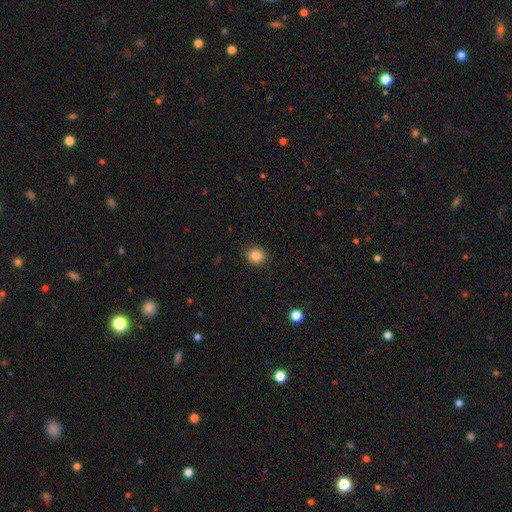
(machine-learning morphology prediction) This appears to be a smooth galaxy with no disk features (85%) that is round (71%). Merging: none (89%).